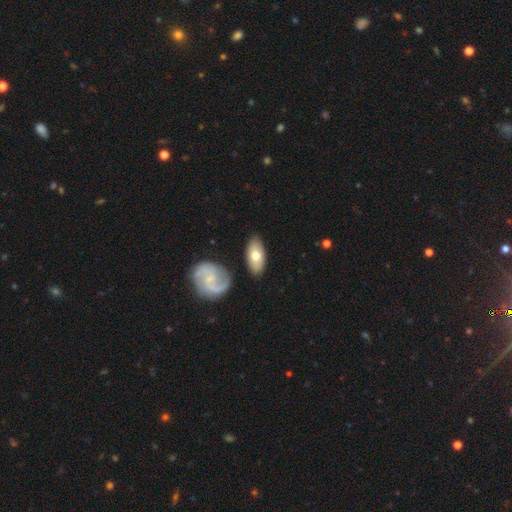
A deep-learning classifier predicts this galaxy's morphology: Smooth or featured: smooth — 56% (featured or disk — 39%)
How rounded: in between — 89% (cigar-shaped — 6%)
Merging: none — 79% (minor disturbance — 13%)